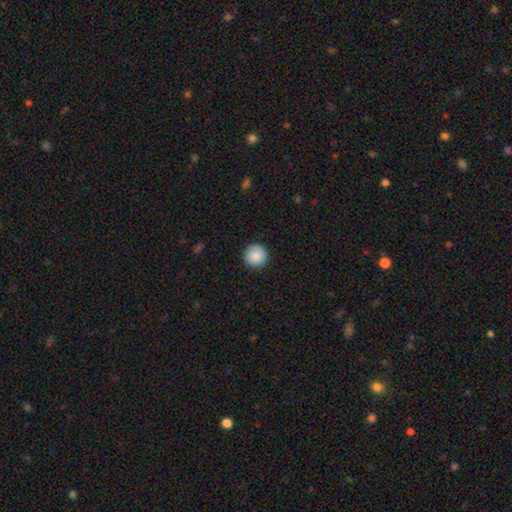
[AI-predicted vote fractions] Smooth or featured? Predicted: smooth (p=0.89). How rounded? Predicted: round (p=0.95). Merging? Predicted: none (p=0.91).